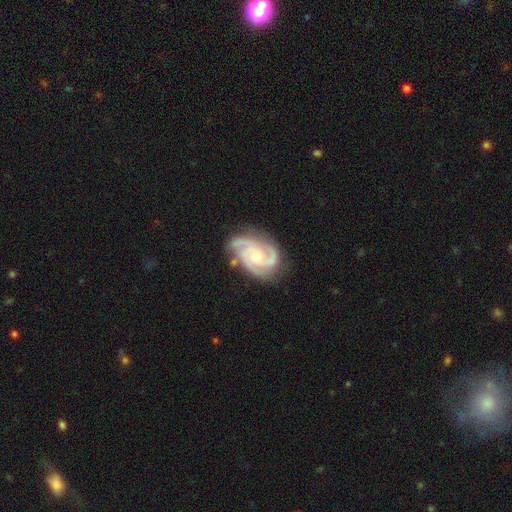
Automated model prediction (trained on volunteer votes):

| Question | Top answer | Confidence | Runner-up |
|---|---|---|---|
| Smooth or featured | featured or disk | 90% | smooth (6%) |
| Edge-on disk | no | 98% | yes (2%) |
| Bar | no | 68% | weak (27%) |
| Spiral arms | yes | 98% | no (2%) |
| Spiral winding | tight | 52% | medium (42%) |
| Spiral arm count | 3 | 62% | 2 (14%) |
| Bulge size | small | 56% | moderate (35%) |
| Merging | none | 71% | minor disturbance (20%) |